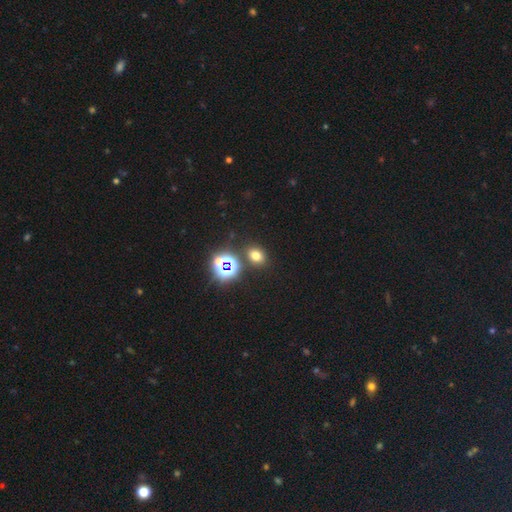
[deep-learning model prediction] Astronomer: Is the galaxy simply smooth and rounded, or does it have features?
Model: smooth — 65%.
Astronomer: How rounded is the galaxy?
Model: in between — 52% (runner-up: round, 46%).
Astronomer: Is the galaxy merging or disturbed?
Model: none — 82%.